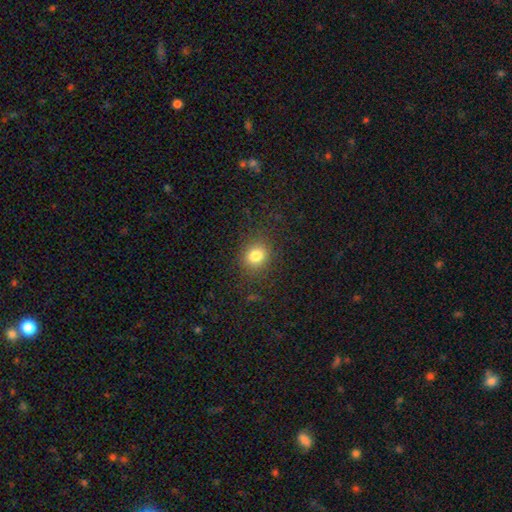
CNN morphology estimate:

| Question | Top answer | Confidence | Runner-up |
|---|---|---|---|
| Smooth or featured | smooth | 80% | star or artifact (13%) |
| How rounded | round | 71% | in between (28%) |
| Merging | none | 86% | minor disturbance (9%) |